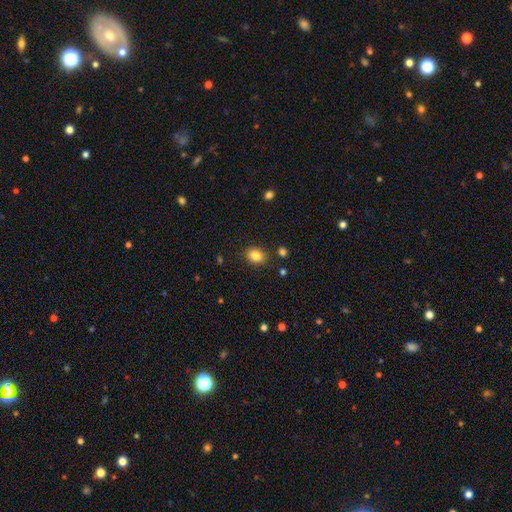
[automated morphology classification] smooth 83%, star or artifact 10%, featured or disk 6%. Down the decision tree: how rounded — round (51%); merging — none (86%).